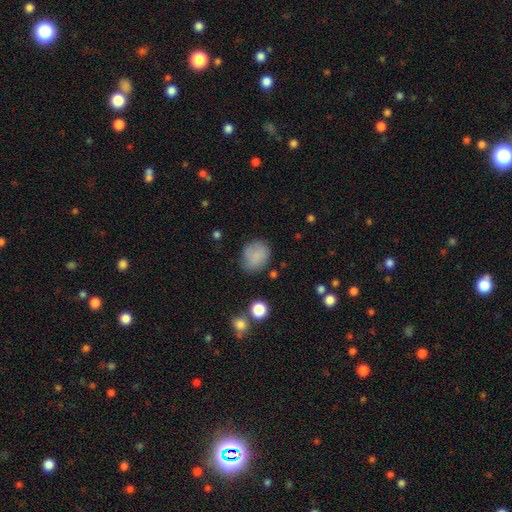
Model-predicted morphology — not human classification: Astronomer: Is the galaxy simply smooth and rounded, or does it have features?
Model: smooth — 82%.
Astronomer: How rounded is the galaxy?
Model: round — 66%.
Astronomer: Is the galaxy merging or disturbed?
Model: none — 71%.